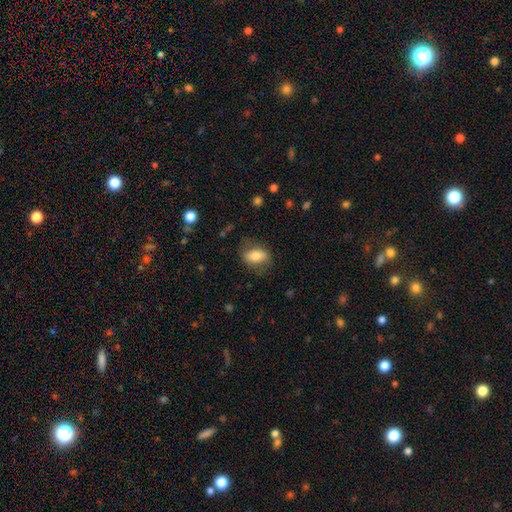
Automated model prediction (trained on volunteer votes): This is likely a smooth galaxy (69%). How rounded: clearly in between (83%). Merging: likely none (71%).